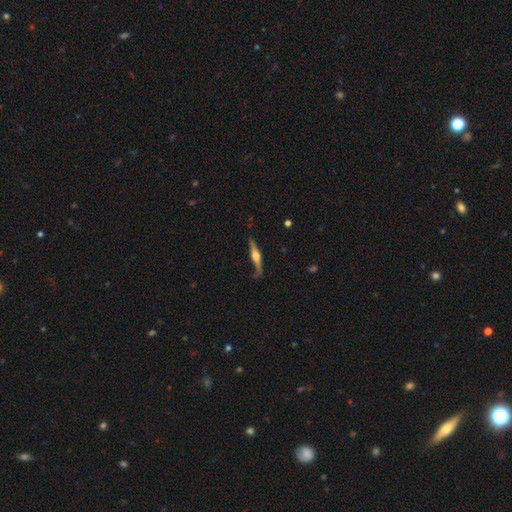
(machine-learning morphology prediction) A featured or disk galaxy (71%) viewed edge-on (94%) with a rounded central bulge (92%).

Vote fractions:
- Smooth or featured? featured or disk: 71% / smooth: 24% / star or artifact: 5%
- Edge-on disk? yes: 94% / no: 6%
- Edge-on bulge? rounded: 92% / boxy: 6% / none: 3%
- Merging? none: 67% / minor disturbance: 22% / major disturbance: 8% / merger: 3%